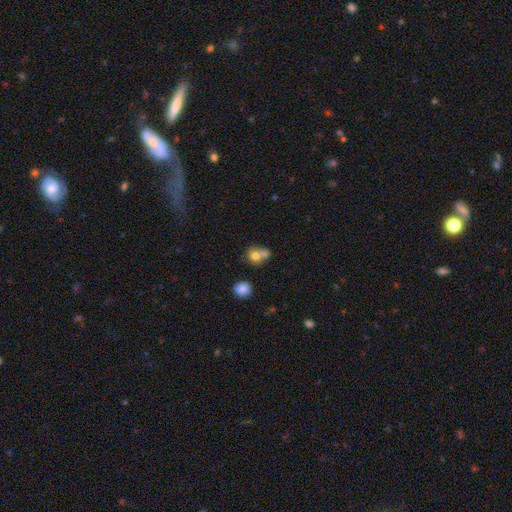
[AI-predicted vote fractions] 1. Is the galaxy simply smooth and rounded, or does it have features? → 74% smooth, 16% featured or disk, 10% star or artifact.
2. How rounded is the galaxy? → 63% round, 36% in between, 1% cigar-shaped.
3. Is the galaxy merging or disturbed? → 50% merger, 33% none, 11% minor disturbance, 5% major disturbance.